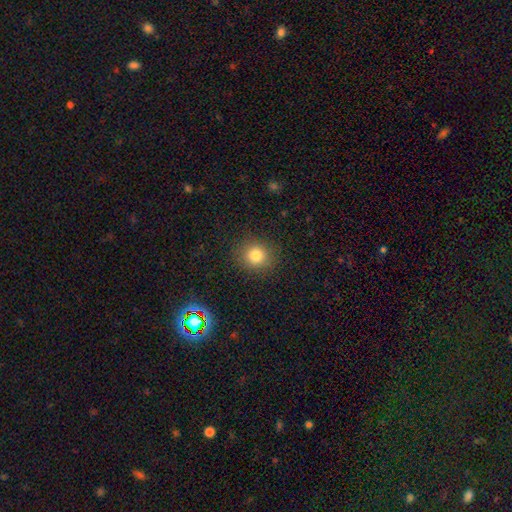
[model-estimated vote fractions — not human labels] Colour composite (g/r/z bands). It shows a smooth galaxy with no disk features (80%) that is round (87%). Merging: none (89%).